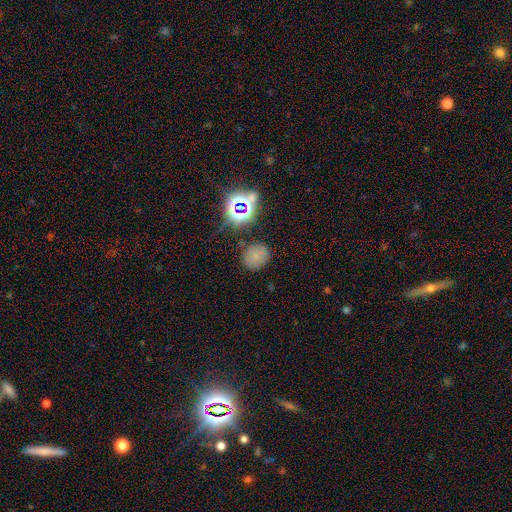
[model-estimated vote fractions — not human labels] Overall: smooth (66%). How rounded: round (75%). Merging: none (80%).